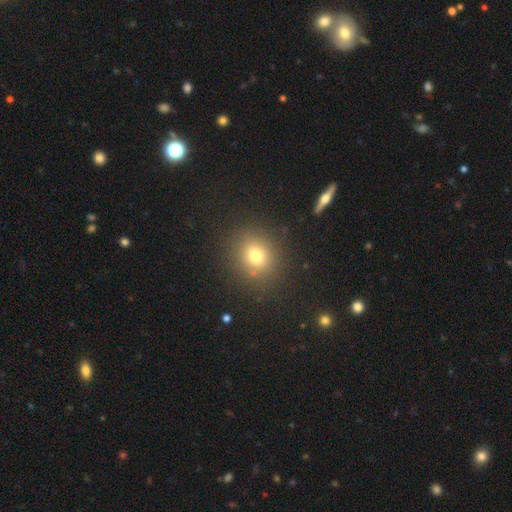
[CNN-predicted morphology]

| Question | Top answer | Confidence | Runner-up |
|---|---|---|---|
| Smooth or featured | smooth | 72% | star or artifact (18%) |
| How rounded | round | 83% | in between (16%) |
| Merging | none | 86% | minor disturbance (8%) |